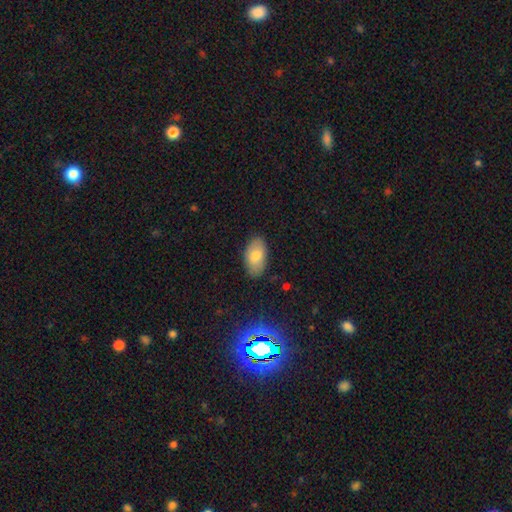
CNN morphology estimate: smooth_or_featured: smooth (p=0.77) [alt: featured or disk p=0.16]
how_rounded: in between (p=0.93) [alt: round p=0.05]
merging: none (p=0.85) [alt: minor disturbance p=0.11]